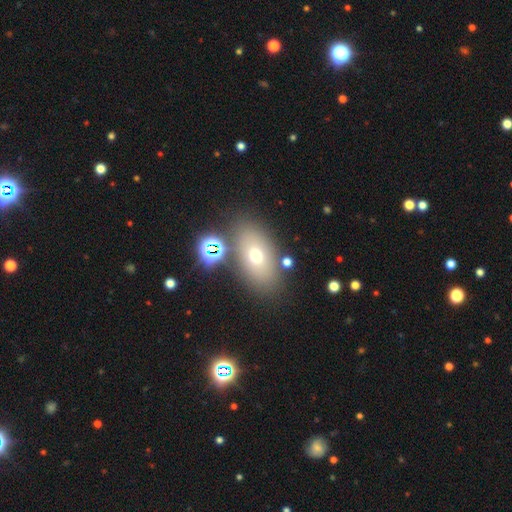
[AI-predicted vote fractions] smooth 63%, featured or disk 20%, star or artifact 16%. Down the decision tree: how rounded — in between (83%); merging — none (75%).